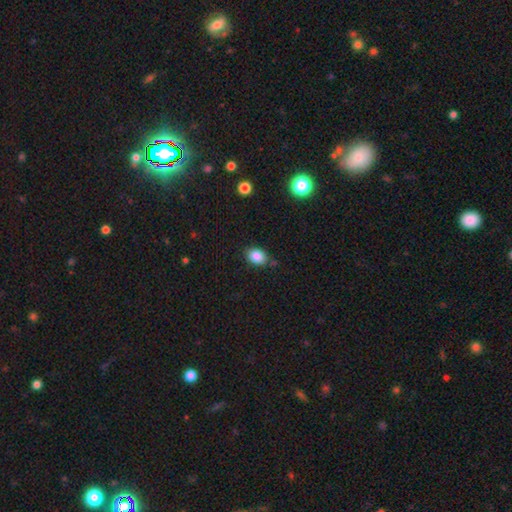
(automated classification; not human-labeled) Smooth or featured: smooth — 85% (star or artifact — 10%)
How rounded: in between — 71% (round — 28%)
Merging: none — 77% (minor disturbance — 16%)